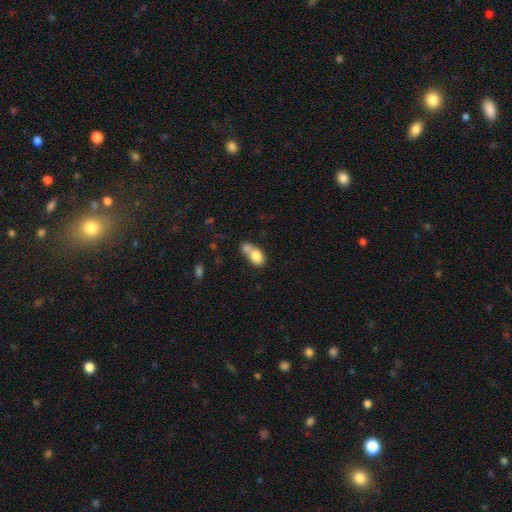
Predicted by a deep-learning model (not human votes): Morphology: type=smooth (77%); roundness=in between (80%); merging=merger (56%).